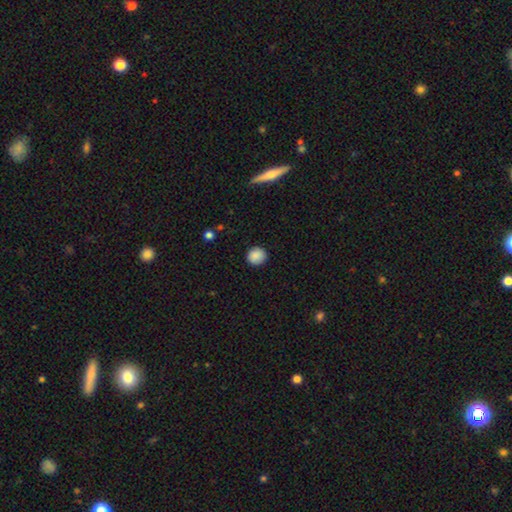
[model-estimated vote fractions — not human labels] Smooth or featured: smooth — 88% (star or artifact — 9%)
How rounded: round — 88% (in between — 11%)
Merging: none — 89% (minor disturbance — 8%)